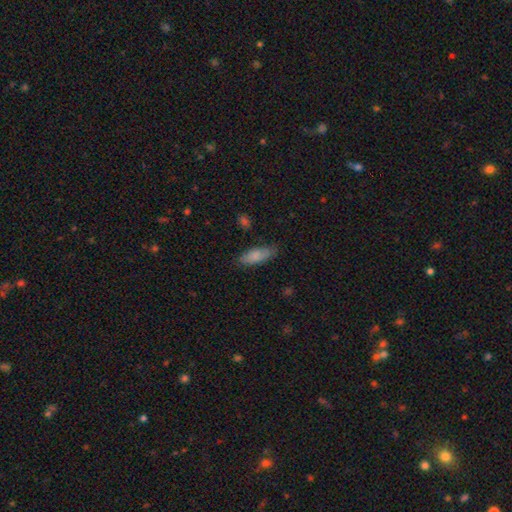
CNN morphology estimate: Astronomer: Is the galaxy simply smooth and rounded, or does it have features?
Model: smooth — 83%.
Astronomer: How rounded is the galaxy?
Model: in between — 70%.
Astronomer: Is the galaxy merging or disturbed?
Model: none — 77%.